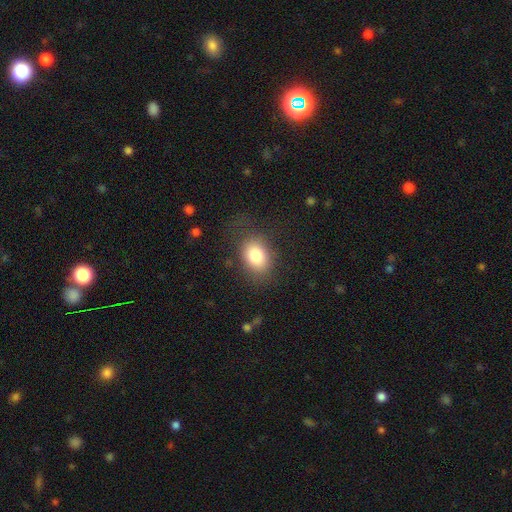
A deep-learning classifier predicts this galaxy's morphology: A smooth galaxy with no disk features (81%) that is in between round and cigar-shaped (74%).

Vote fractions:
- Smooth or featured? smooth: 81% / featured or disk: 10% / star or artifact: 9%
- How rounded? in between: 74% / round: 25% / cigar-shaped: 1%
- Merging? none: 71% / minor disturbance: 17% / major disturbance: 10% / merger: 1%